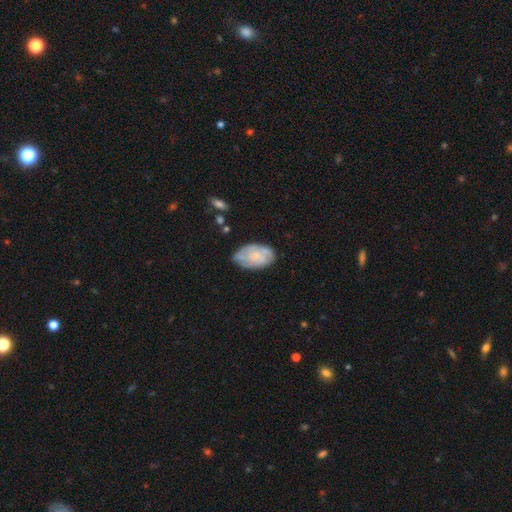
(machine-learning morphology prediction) type=featured or disk (61%); edge-on=no (97%); bar=no (75%); spiral arms=yes (79%); bulge=small (43%); merging=none (71%).